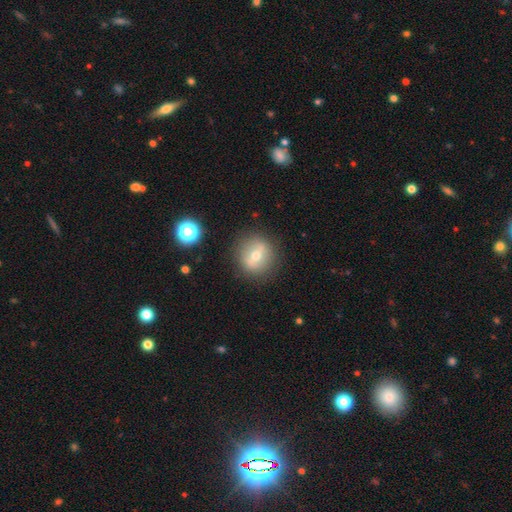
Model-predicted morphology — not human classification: smooth 49%, featured or disk 41%, star or artifact 11%. Down the decision tree: merging — none (85%).